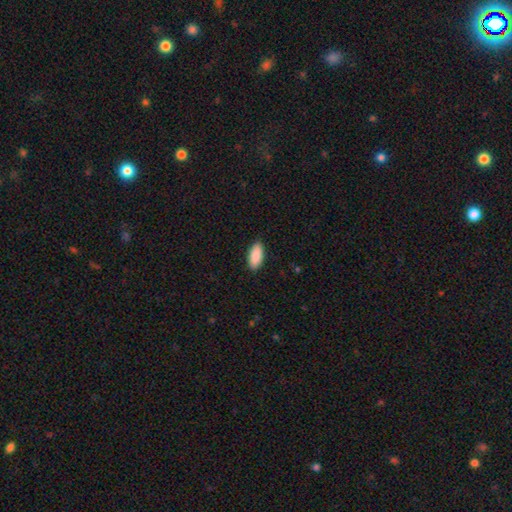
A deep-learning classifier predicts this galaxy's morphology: smooth_or_featured: smooth (p=0.90) [alt: star or artifact p=0.06]
how_rounded: in between (p=0.89) [alt: cigar-shaped p=0.09]
merging: none (p=0.90) [alt: minor disturbance p=0.08]